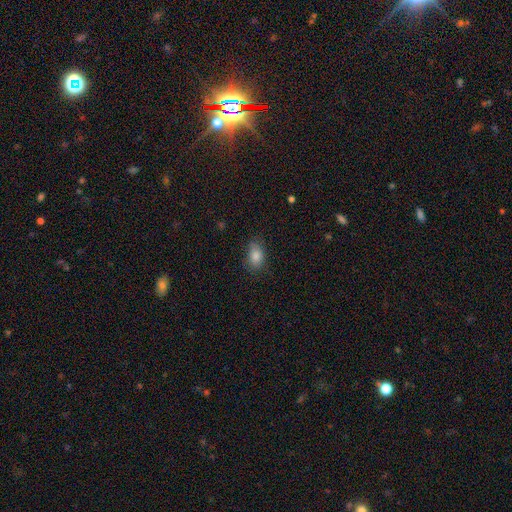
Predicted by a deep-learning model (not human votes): smooth 83%, star or artifact 10%, featured or disk 7%. Down the decision tree: how rounded — in between (83%); merging — none (75%).